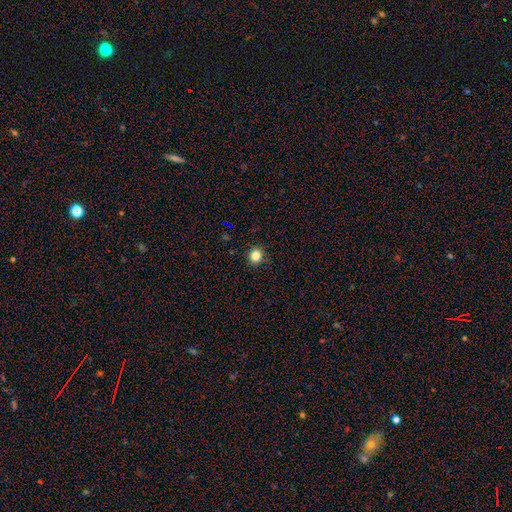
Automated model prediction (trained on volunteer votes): A smooth galaxy with no disk features (83%) that is round (86%).

Vote fractions:
- Smooth or featured? smooth: 83% / star or artifact: 12% / featured or disk: 5%
- How rounded? round: 86% / in between: 13% / cigar-shaped: 1%
- Merging? none: 90% / minor disturbance: 7% / major disturbance: 2% / merger: 1%